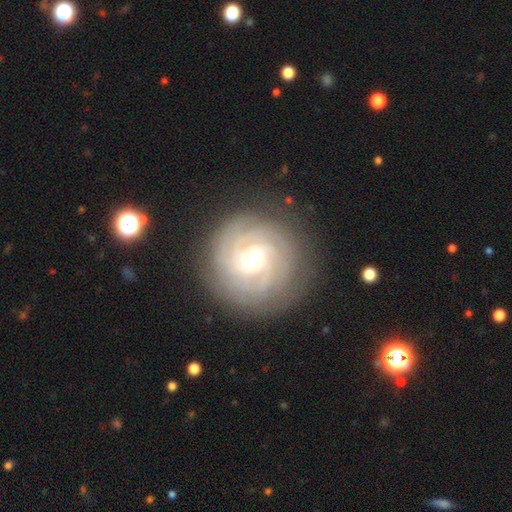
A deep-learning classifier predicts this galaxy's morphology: Smooth or featured? Predicted: featured or disk (p=0.87). Edge-on disk? Predicted: no (p=0.97). Bar? Predicted: no (p=0.45). Spiral arms? Predicted: yes (p=0.97). Spiral winding? Predicted: tight (p=0.77). Spiral arm count? Predicted: 3 (p=0.25). Bulge size? Predicted: moderate (p=0.48). Merging? Predicted: none (p=0.82).